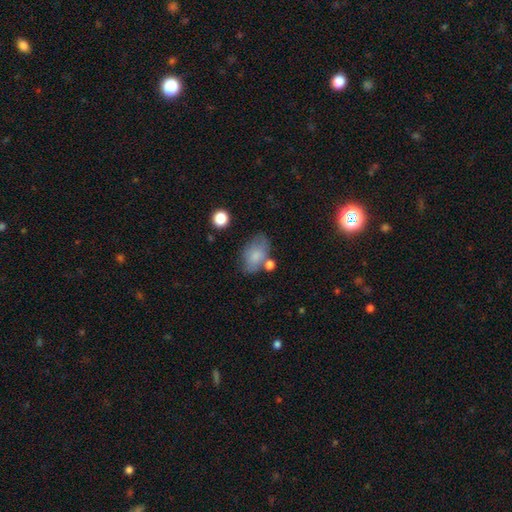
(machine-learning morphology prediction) type=smooth (77%); roundness=in between (87%); merging=none (52%).